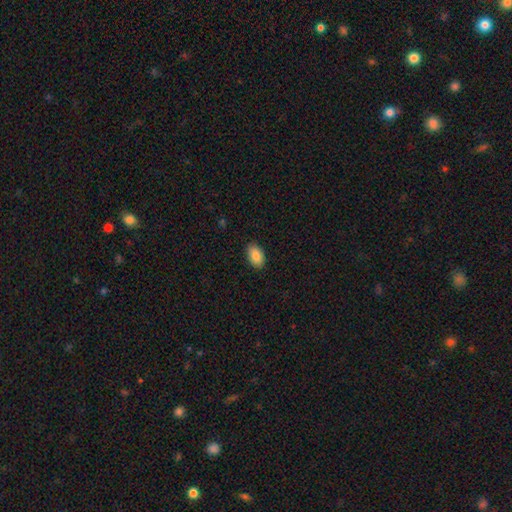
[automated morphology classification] Smooth or featured? Predicted: smooth (p=0.87). How rounded? Predicted: in between (p=0.93). Merging? Predicted: none (p=0.89).